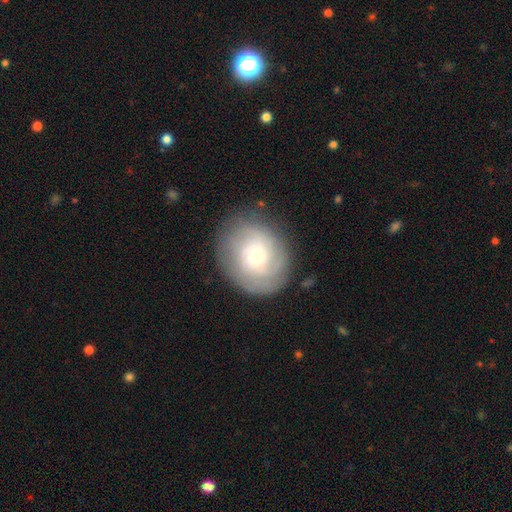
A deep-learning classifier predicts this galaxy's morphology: This appears to be a featured or disk galaxy (59%) with no bar (75%), spiral arms (83%) and a small central bulge (60%). Merging: none (79%).